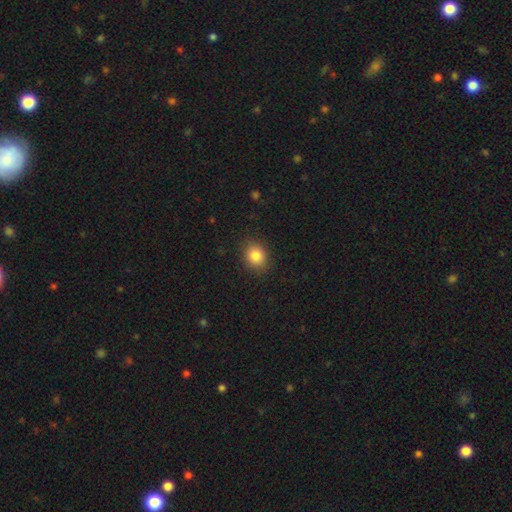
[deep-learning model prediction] Morphology: type=smooth (84%); roundness=round (64%); merging=none (88%).